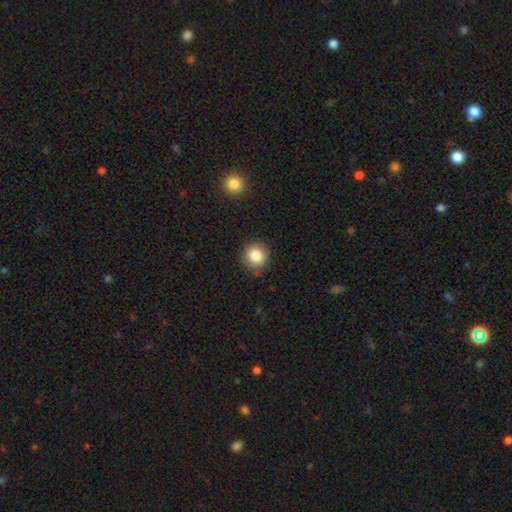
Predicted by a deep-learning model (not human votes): Smooth or featured? Predicted: smooth (p=0.85). How rounded? Predicted: round (p=0.91). Merging? Predicted: none (p=0.86).